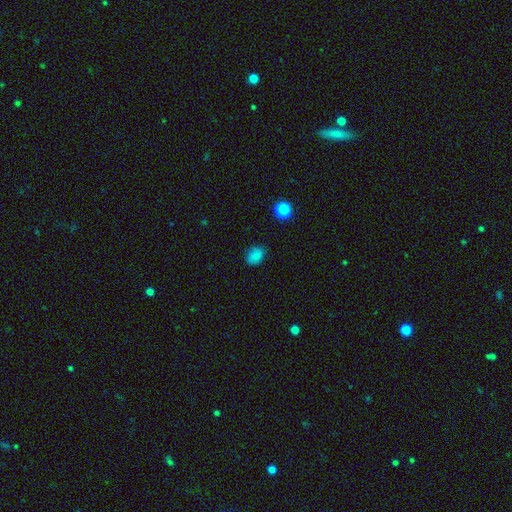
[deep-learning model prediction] Morphology: type=smooth (82%); roundness=in between (63%); merging=none (81%).